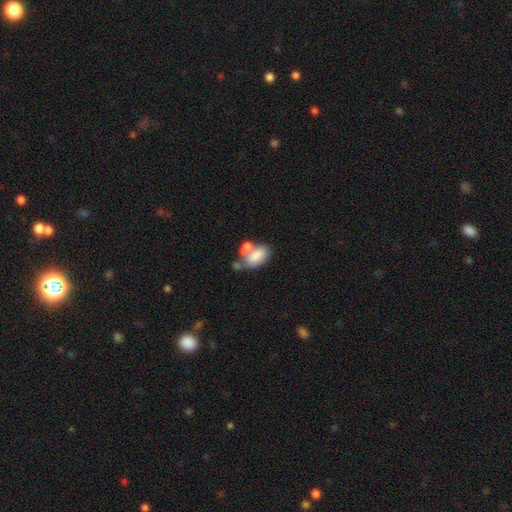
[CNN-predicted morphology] The model was most divided on "merging": merger: 47%, none: 30%, minor disturbance: 15%, major disturbance: 9%. More confident: how rounded — in between (88%); smooth or featured — smooth (73%).